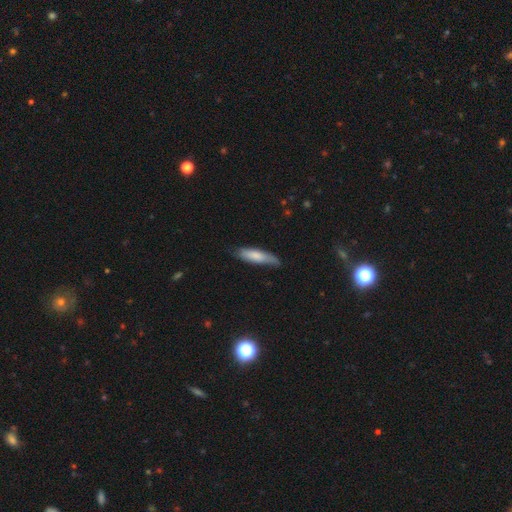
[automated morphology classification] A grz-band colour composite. It shows a smooth galaxy with no disk features (75%) that is cigar-shaped (68%). Merging: none (66%).